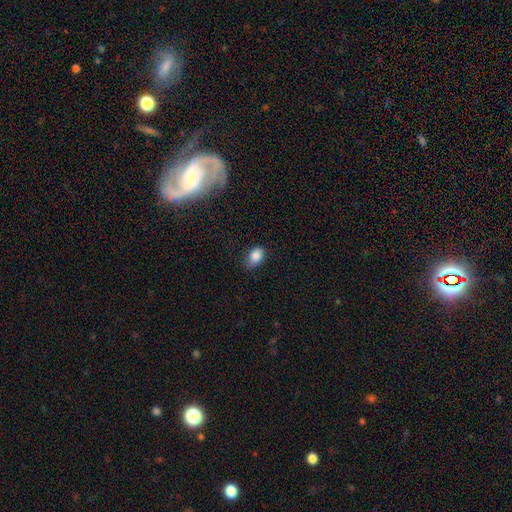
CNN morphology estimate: smooth_or_featured: smooth (p=0.85) [alt: star or artifact p=0.08]
how_rounded: in between (p=0.87) [alt: round p=0.11]
merging: none (p=0.73) [alt: minor disturbance p=0.22]